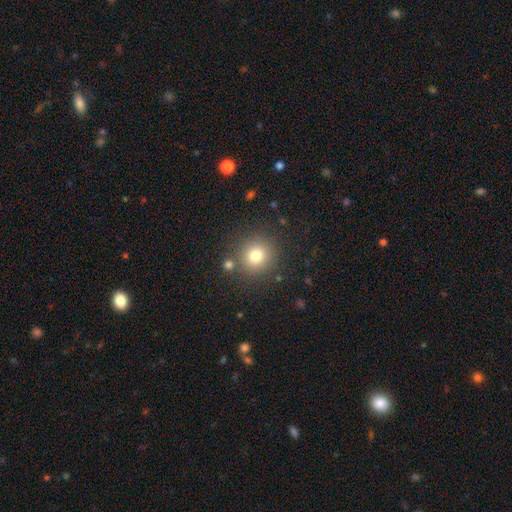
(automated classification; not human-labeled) This is likely a smooth galaxy (77%). How rounded: clearly round (93%). Merging: clearly none (83%).